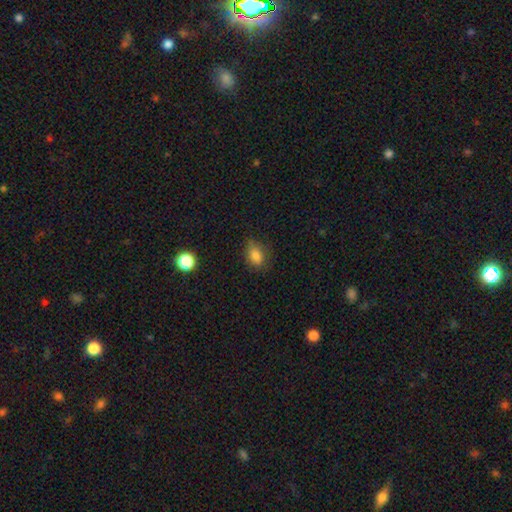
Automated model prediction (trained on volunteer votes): The model was most divided on "how rounded": in between: 72%, round: 26%, cigar-shaped: 2%. More confident: smooth or featured — smooth (81%); merging — none (71%).